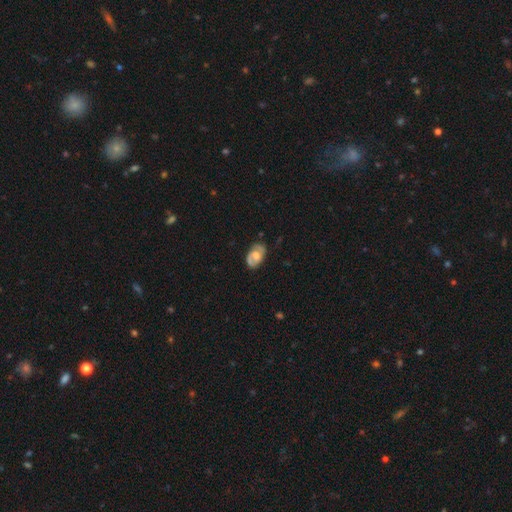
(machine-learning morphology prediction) A featured or disk galaxy (62%) with no bar (58%), spiral arms (72%) and a moderate central bulge (62%).

Vote fractions:
- Smooth or featured? featured or disk: 62% / smooth: 32% / star or artifact: 6%
- Edge-on disk? no: 95% / yes: 5%
- Bar? no: 58% / weak: 34% / strong: 8%
- Spiral arms? yes: 72% / no: 28%
- Bulge size? moderate: 62% / large: 19% / small: 14% / none: 3% / dominant: 1%
- Merging? none: 75% / minor disturbance: 19% / major disturbance: 5% / merger: 1%